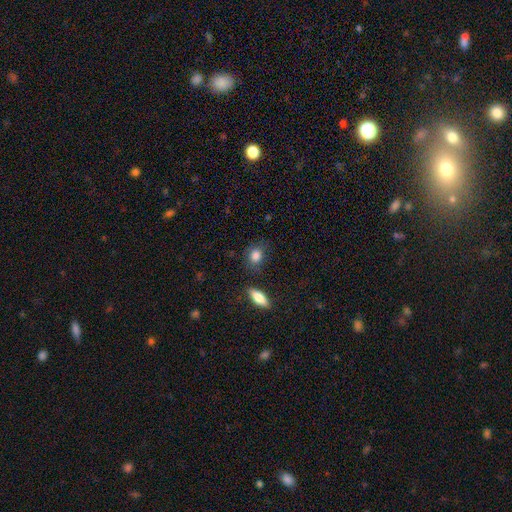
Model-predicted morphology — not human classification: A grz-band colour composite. It shows a smooth galaxy with no disk features (85%) that is in between round and cigar-shaped (53%). Merging: none (73%).